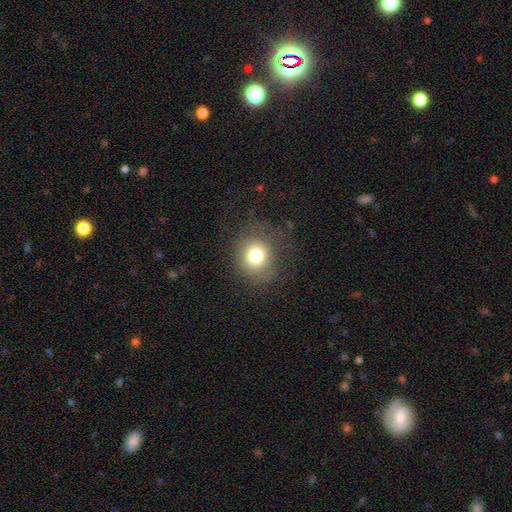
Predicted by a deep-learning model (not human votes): Overall: smooth (75%). How rounded: round (78%). Merging: none (71%).